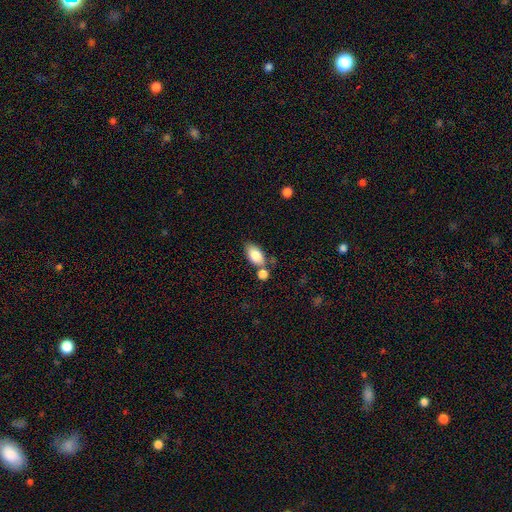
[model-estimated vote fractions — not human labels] Q: Smooth or featured?
A: smooth (83%); runner-up: featured or disk (10%)
Q: How rounded?
A: in between (91%); runner-up: round (5%)
Q: Merging?
A: none (54%); runner-up: merger (27%)